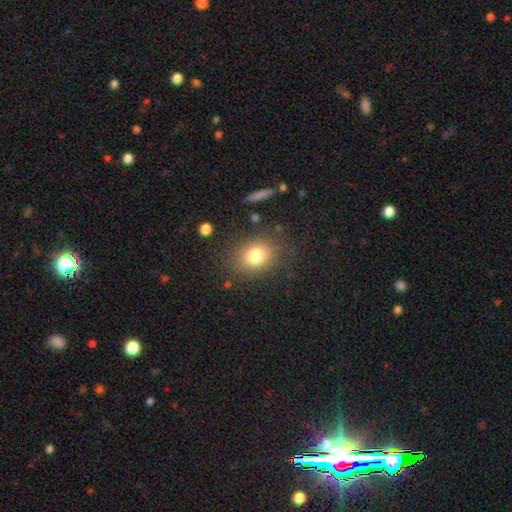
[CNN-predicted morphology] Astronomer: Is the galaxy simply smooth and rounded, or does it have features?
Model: smooth — 78%.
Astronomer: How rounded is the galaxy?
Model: in between — 52% (runner-up: round, 47%).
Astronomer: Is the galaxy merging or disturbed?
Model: none — 81%.